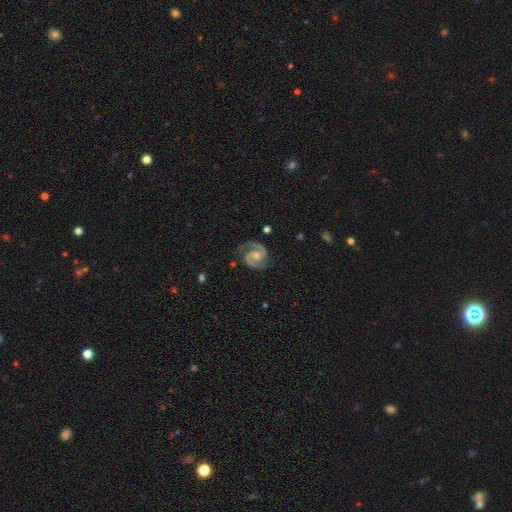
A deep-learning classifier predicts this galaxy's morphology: Overall: featured or disk (92%). Edge-on disk: no (98%). Bar: no (57%; weak 34%). Spiral arms: yes (98%). Spiral arm count: 2 (93%). Spiral winding: medium (55%; tight 36%). Bulge size: small (47%; moderate 41%). Merging: none (77%).